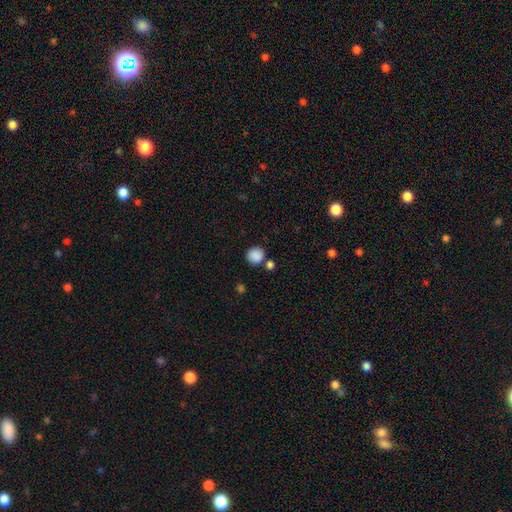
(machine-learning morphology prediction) smooth_or_featured: smooth (p=0.87) [alt: star or artifact p=0.09]
how_rounded: round (p=0.86) [alt: in between p=0.13]
merging: none (p=0.74) [alt: merger p=0.12]